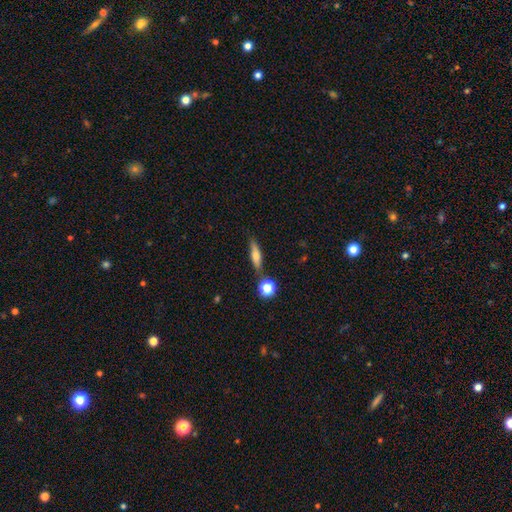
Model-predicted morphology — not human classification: smooth 56%, featured or disk 34%, star or artifact 9%. Down the decision tree: how rounded — cigar-shaped (65%); merging — none (75%).